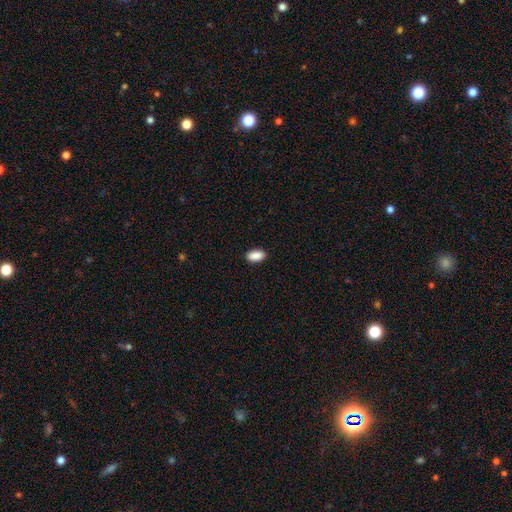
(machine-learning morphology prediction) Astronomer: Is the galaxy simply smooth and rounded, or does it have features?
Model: smooth — 90%.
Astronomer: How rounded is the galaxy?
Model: in between — 92%.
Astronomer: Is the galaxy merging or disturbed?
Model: none — 90%.